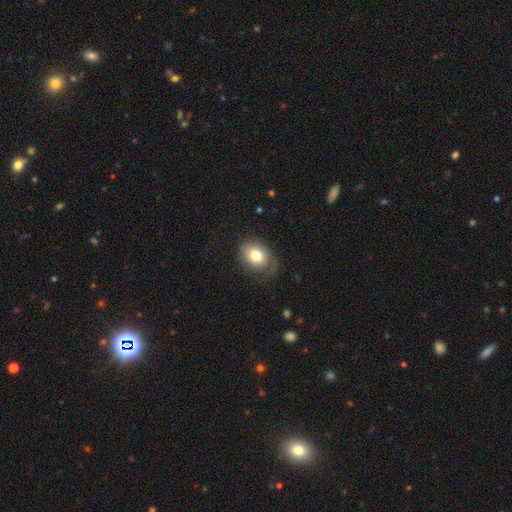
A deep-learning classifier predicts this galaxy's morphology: This appears to be a smooth galaxy with no disk features (76%) that is in between round and cigar-shaped (61%). Merging: none (60%).